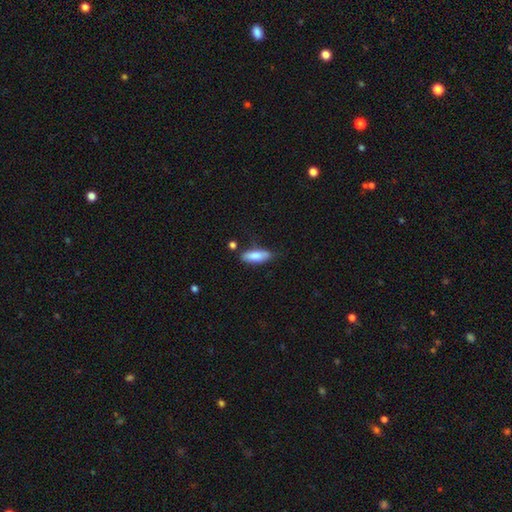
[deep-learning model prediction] Overall: smooth (82%). How rounded: in between (62%; cigar-shaped 37%). Merging: none (73%).